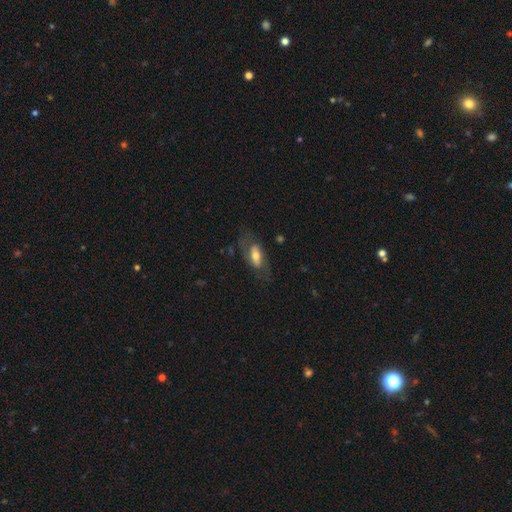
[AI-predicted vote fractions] Q: Smooth or featured?
A: smooth (50%); runner-up: featured or disk (44%)
Q: Merging?
A: none (60%); runner-up: minor disturbance (21%)